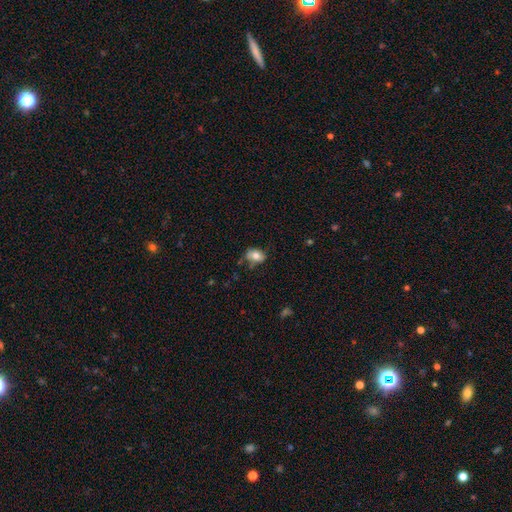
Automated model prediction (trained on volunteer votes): A smooth galaxy with no disk features (75%) that is in between round and cigar-shaped (76%).

Vote fractions:
- Smooth or featured? smooth: 75% / featured or disk: 16% / star or artifact: 9%
- How rounded? in between: 76% / round: 22% / cigar-shaped: 1%
- Merging? none: 60% / minor disturbance: 27% / major disturbance: 8% / merger: 5%